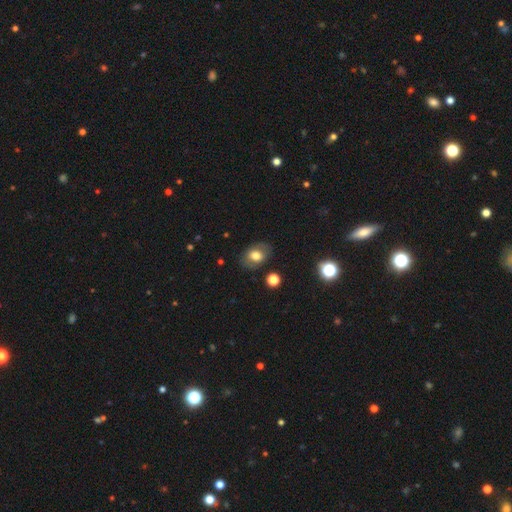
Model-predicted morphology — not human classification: This appears to be a smooth galaxy with no disk features (68%) that is in between round and cigar-shaped (73%). Merging: none (81%).